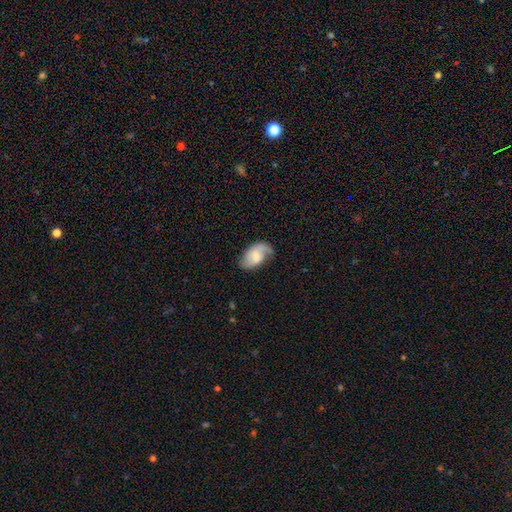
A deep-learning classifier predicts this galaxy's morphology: smooth-or-featured: featured or disk: 54% | smooth: 39% | star or artifact: 7%
  disk-edge-on: no: 96% | yes: 4%
    bar: weak: 46% | no: 44% | strong: 10%
    has-spiral-arms: yes: 88% | no: 12%
    bulge-size: moderate: 40% | small: 29% | none: 16% | large: 13% | dominant: 2%
  merging: none: 60% | minor disturbance: 27% | major disturbance: 11% | merger: 2%